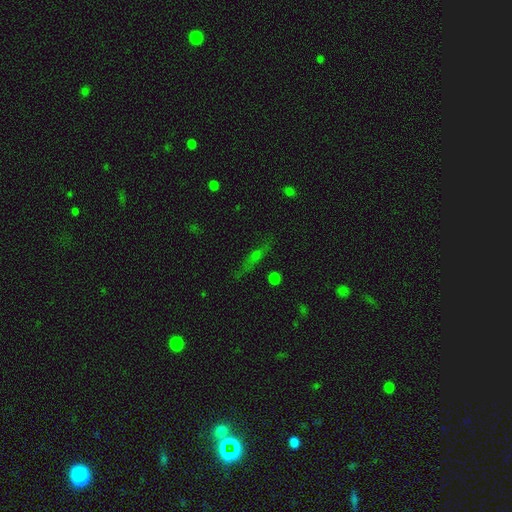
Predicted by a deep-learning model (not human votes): Overall: featured or disk (37%; smooth 34%). Merging: none (77%).